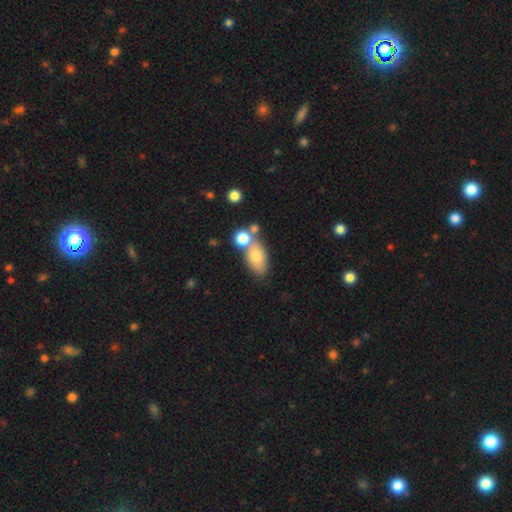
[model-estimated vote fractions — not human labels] smooth 74%, featured or disk 17%, star or artifact 9%. Down the decision tree: how rounded — in between (79%); merging — none (43%).